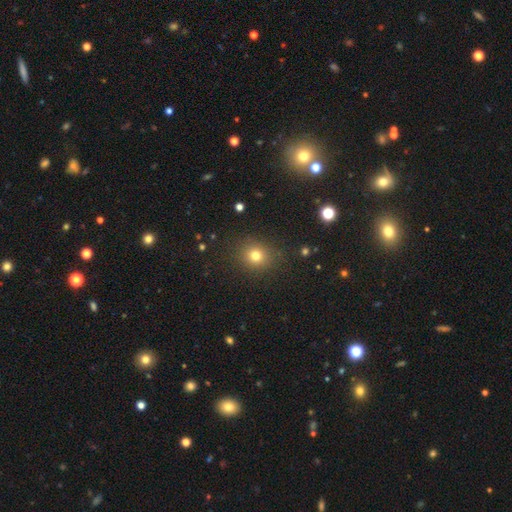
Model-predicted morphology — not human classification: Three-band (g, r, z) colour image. It shows a smooth galaxy with no disk features (76%) that is round (80%). Merging: none (87%).